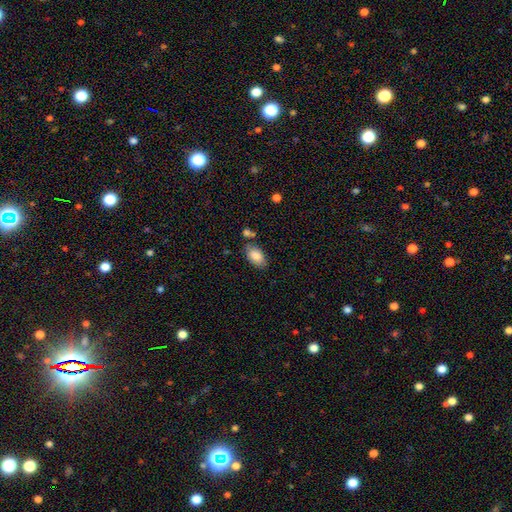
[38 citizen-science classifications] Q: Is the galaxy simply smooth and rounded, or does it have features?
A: smooth — 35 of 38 (92%).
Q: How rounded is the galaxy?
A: in between — 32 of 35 (91%).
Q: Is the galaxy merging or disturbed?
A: none — 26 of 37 (70%).